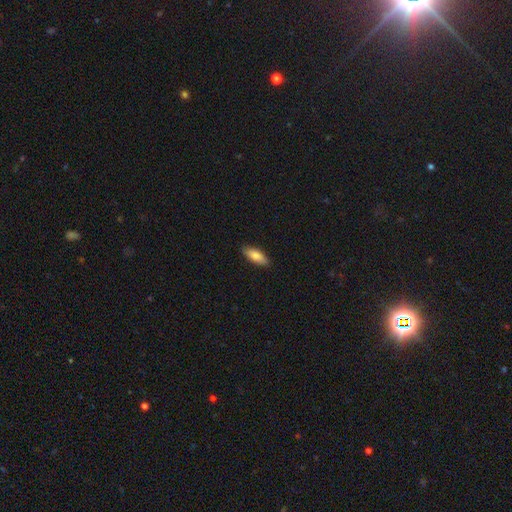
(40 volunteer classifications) smooth-or-featured: smooth: 88% | featured or disk: 8% | star or artifact: 5%
  how-rounded: in between: 89% | cigar-shaped: 11% | round: 0%
  merging: none: 92% | minor disturbance: 5% | merger: 3% | major disturbance: 0%